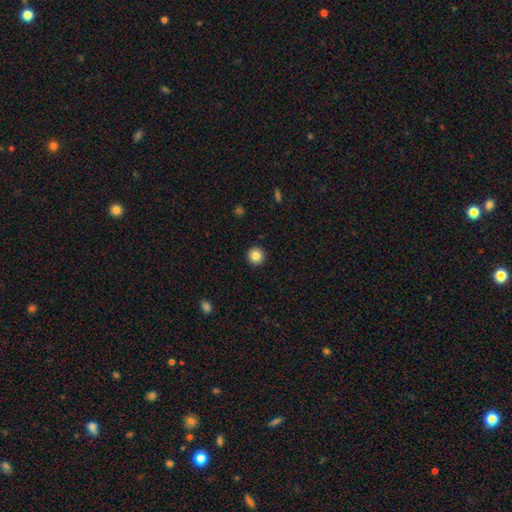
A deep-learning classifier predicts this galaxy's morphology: A smooth galaxy with no disk features (85%) that is round (95%). Merging: none (93%).